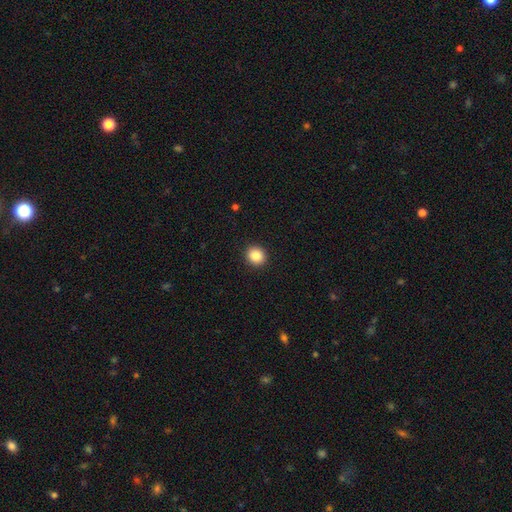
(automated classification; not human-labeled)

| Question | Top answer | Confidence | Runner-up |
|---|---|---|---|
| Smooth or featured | smooth | 86% | star or artifact (10%) |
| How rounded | round | 86% | in between (13%) |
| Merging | none | 92% | minor disturbance (5%) |